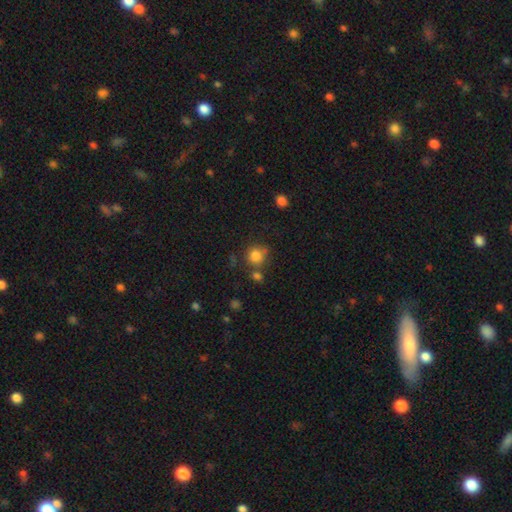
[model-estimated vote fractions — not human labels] Morphology: type=smooth (83%); roundness=round (88%); merging=none (67%).